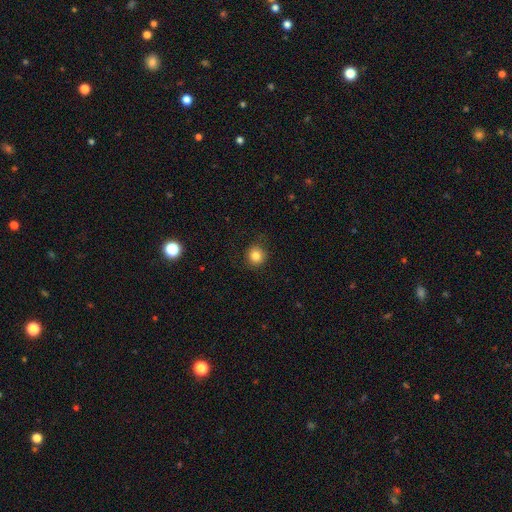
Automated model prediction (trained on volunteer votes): Overall: smooth (83%). How rounded: round (92%). Merging: none (86%).